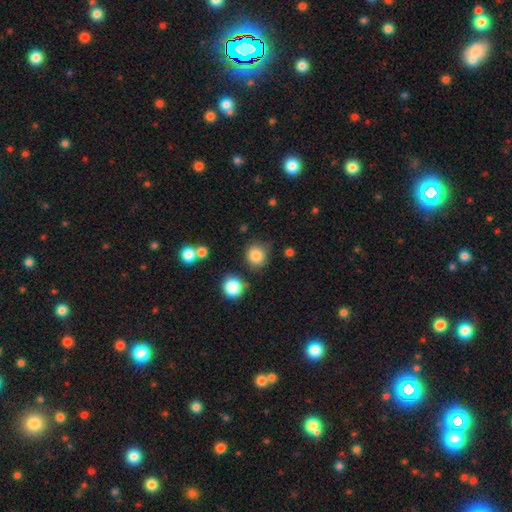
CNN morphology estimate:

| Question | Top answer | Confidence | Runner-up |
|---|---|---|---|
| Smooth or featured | smooth | 84% | star or artifact (11%) |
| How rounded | round | 84% | in between (15%) |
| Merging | none | 78% | minor disturbance (14%) |